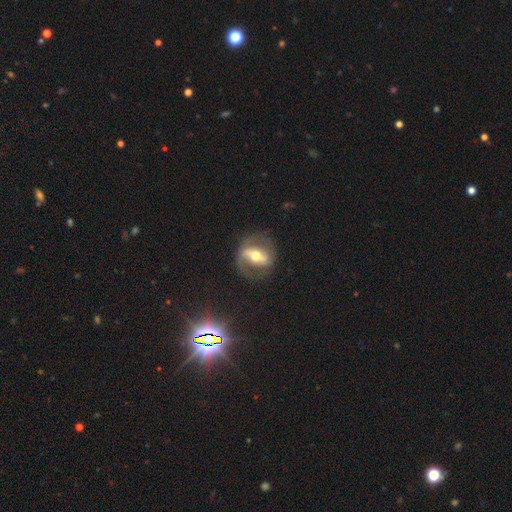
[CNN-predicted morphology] The model was most divided on "bar": strong: 58%, weak: 26%, no: 16%. More confident: edge-on disk — no (91%); smooth or featured — featured or disk (75%); merging — none (72%); bulge size — moderate (71%); spiral arms — yes (68%).